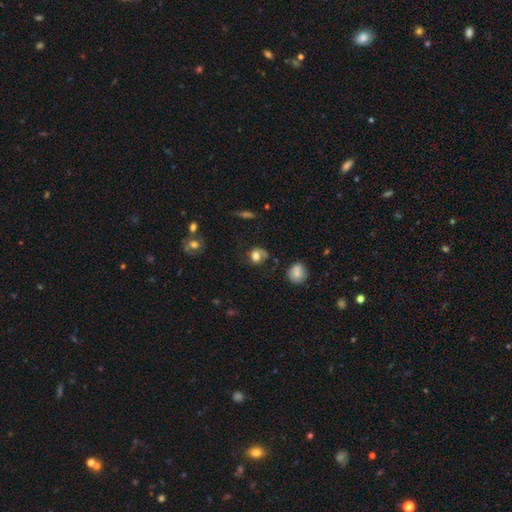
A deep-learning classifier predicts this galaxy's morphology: smooth 65%, featured or disk 25%, star or artifact 10%. Down the decision tree: how rounded — round (67%); merging — none (51%).